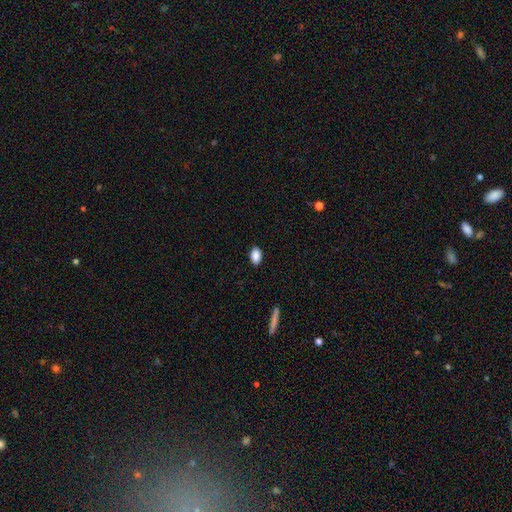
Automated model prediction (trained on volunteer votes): A smooth galaxy with no disk features (89%) that is in between round and cigar-shaped (89%).

Vote fractions:
- Smooth or featured? smooth: 89% / star or artifact: 7% / featured or disk: 4%
- How rounded? in between: 89% / round: 9% / cigar-shaped: 2%
- Merging? none: 88% / minor disturbance: 8% / major disturbance: 2% / merger: 1%